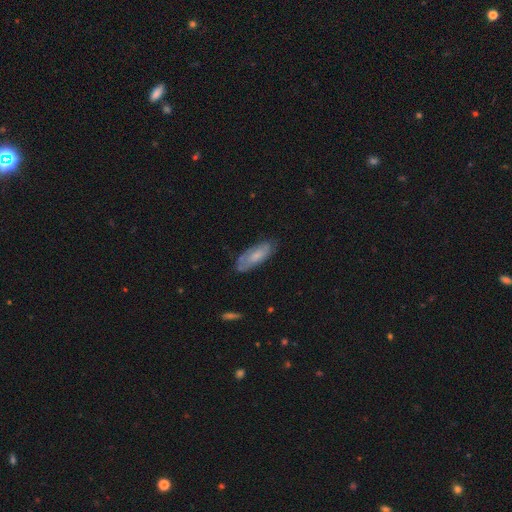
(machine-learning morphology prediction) A smooth galaxy with no disk features (55%) that is in between round and cigar-shaped (67%).

Vote fractions:
- Smooth or featured? smooth: 55% / featured or disk: 38% / star or artifact: 7%
- How rounded? in between: 67% / cigar-shaped: 31% / round: 2%
- Merging? none: 72% / minor disturbance: 21% / major disturbance: 5% / merger: 2%